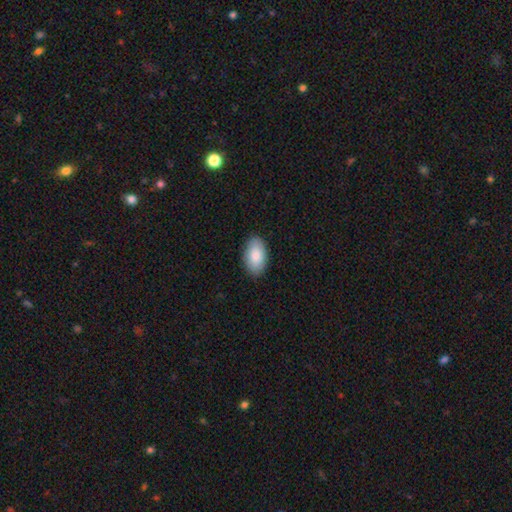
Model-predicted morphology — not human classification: type=smooth (84%); roundness=in between (94%); merging=none (88%).